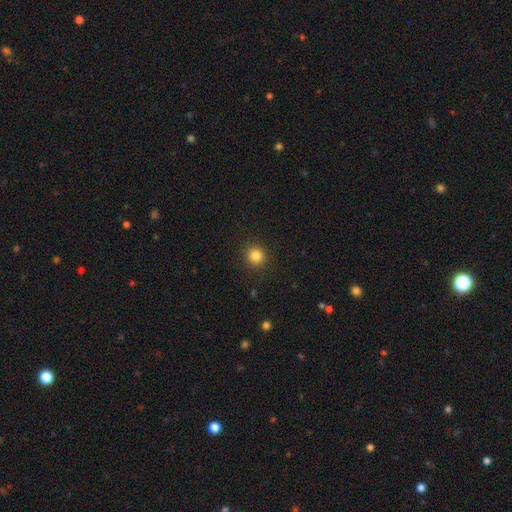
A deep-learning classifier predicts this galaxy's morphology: A smooth galaxy with no disk features (83%) that is round (93%).

Vote fractions:
- Smooth or featured? smooth: 83% / star or artifact: 12% / featured or disk: 5%
- How rounded? round: 93% / in between: 6% / cigar-shaped: 1%
- Merging? none: 91% / minor disturbance: 6% / major disturbance: 2% / merger: 1%